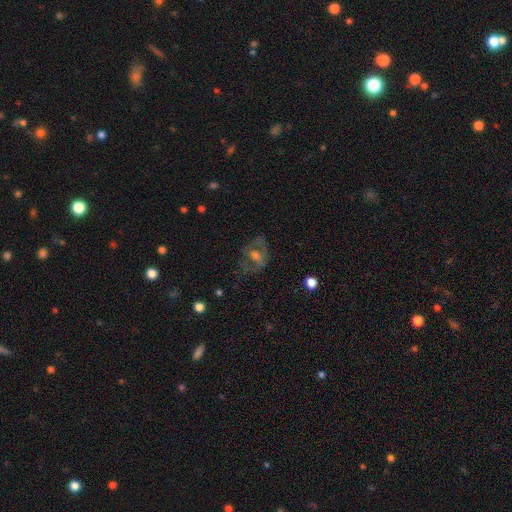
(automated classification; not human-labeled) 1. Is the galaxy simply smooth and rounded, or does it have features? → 56% featured or disk, 31% smooth, 14% star or artifact.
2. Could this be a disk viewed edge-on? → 94% no, 6% yes.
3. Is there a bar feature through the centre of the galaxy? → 52% no, 34% weak, 14% strong.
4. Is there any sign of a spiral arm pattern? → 64% no, 36% yes.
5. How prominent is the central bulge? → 50% moderate, 28% small, 11% large, 10% none, 2% dominant.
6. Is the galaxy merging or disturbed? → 56% none, 23% major disturbance, 19% minor disturbance, 2% merger.